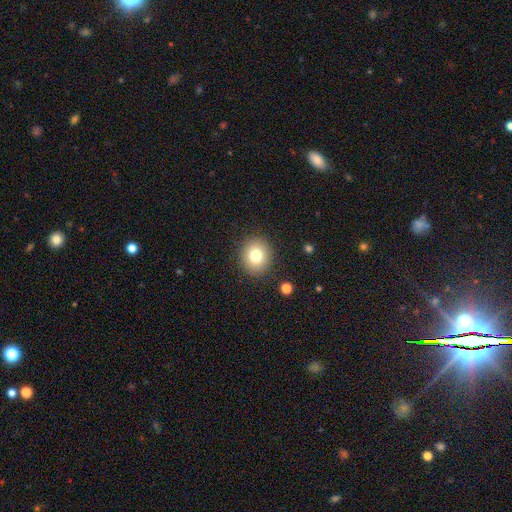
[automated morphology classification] A smooth galaxy with no disk features (78%) that is round (82%). Merging: none (90%).